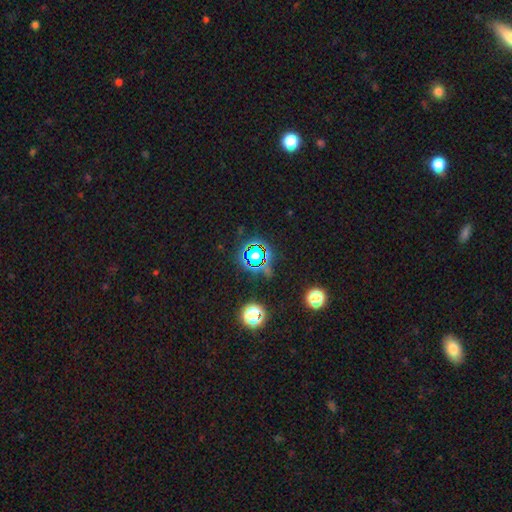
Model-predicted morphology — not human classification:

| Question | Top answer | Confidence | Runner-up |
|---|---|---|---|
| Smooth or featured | star or artifact | 68% | smooth (22%) |